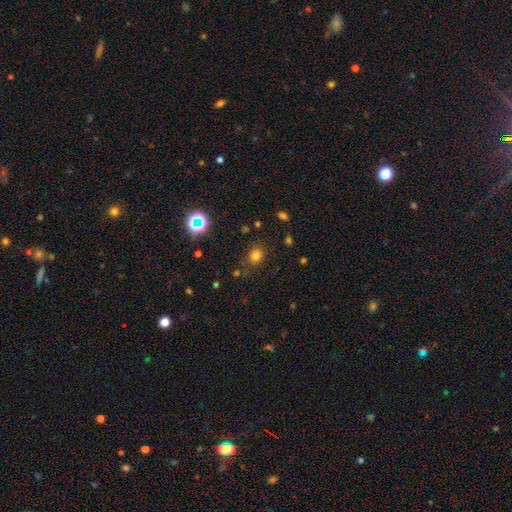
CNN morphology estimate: type=smooth (75%); roundness=round (68%); merging=none (80%).